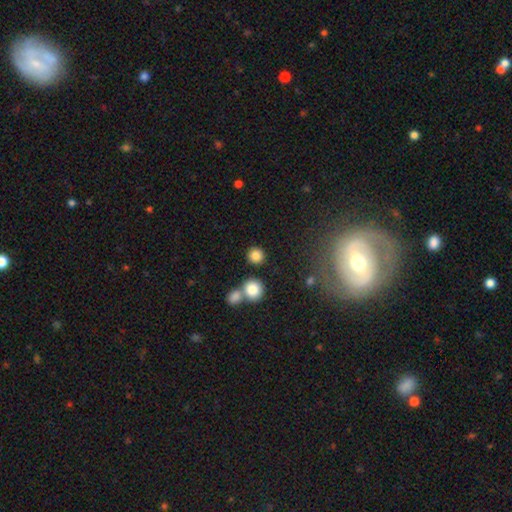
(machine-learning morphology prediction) A smooth galaxy with no disk features (83%) that is round (91%). Merging: none (80%).